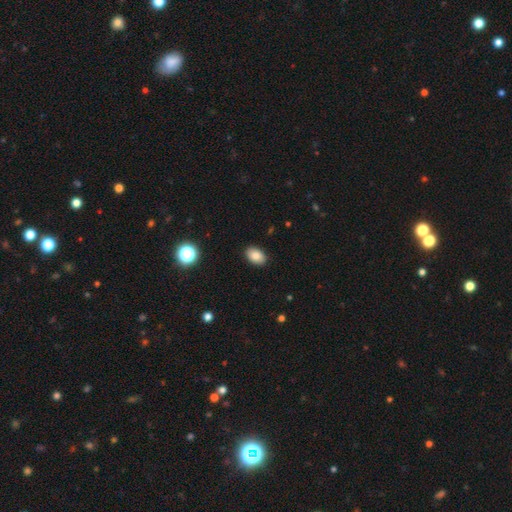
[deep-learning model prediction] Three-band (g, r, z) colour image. It shows a smooth galaxy with no disk features (84%) that is in between round and cigar-shaped (87%). Merging: none (90%).